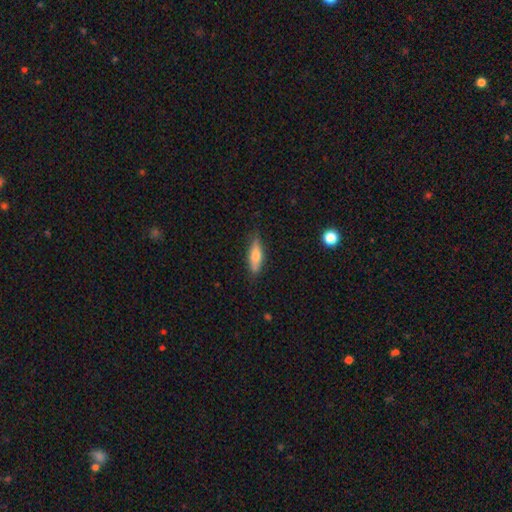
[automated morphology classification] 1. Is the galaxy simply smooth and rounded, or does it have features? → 64% smooth, 29% featured or disk, 7% star or artifact.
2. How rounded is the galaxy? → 49% cigar-shaped (tied), 49% in between (tied), 3% round.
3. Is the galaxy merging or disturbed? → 79% none, 17% minor disturbance, 3% major disturbance, 2% merger.